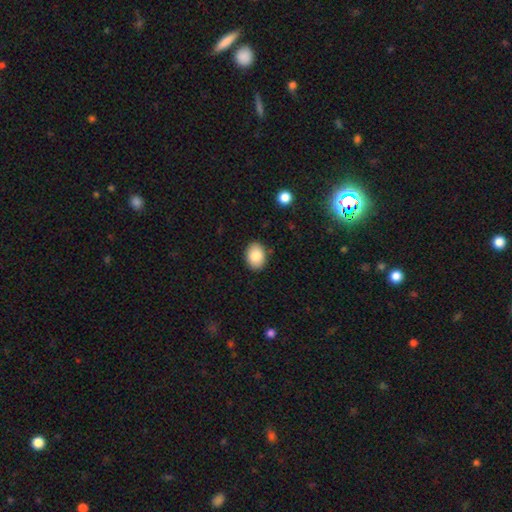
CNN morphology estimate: Smooth or featured? Predicted: smooth (p=0.84). How rounded? Predicted: in between (p=0.73). Merging? Predicted: none (p=0.88).